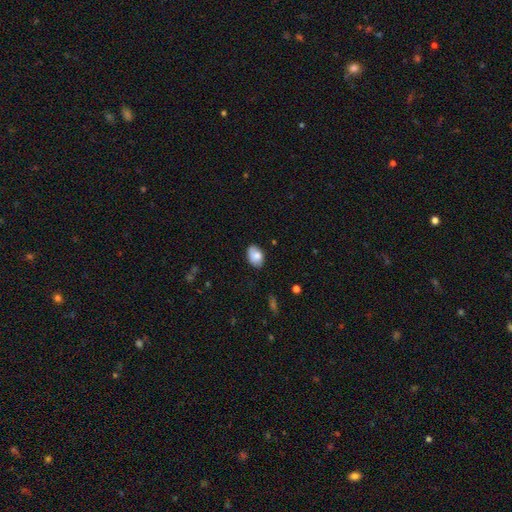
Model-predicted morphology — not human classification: A smooth galaxy with no disk features (81%) that is in between round and cigar-shaped (84%). Merging: none (74%).